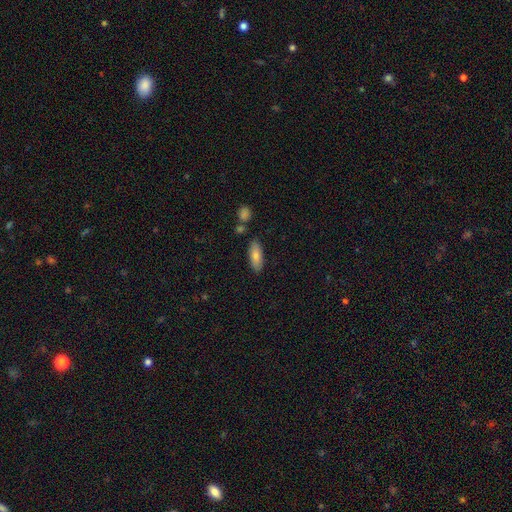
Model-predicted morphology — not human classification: smooth-or-featured: smooth: 80% | featured or disk: 13% | star or artifact: 6%
  how-rounded: in between: 74% | cigar-shaped: 24% | round: 2%
  merging: none: 83% | minor disturbance: 11% | merger: 4% | major disturbance: 2%